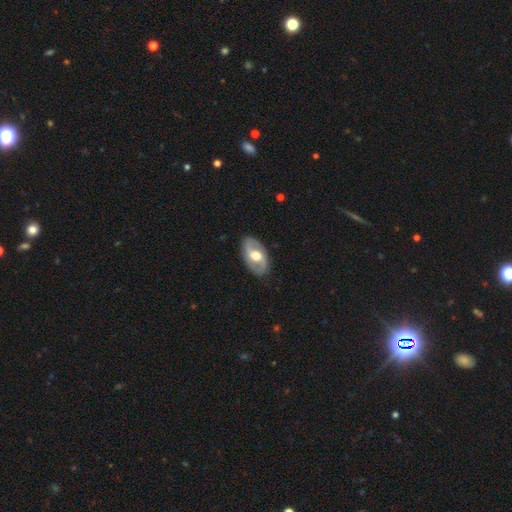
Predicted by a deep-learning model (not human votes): A featured or disk galaxy (73%) with a weak bar (42%), 2 (90%) medium (46%) spiral arms (77%) and a moderate central bulge (72%).

Vote fractions:
- Smooth or featured? featured or disk: 73% / smooth: 22% / star or artifact: 5%
- Edge-on disk? no: 95% / yes: 5%
- Bar? weak: 42% / no: 38% / strong: 20%
- Spiral arms? yes: 77% / no: 23%
- Spiral winding? medium: 46% / loose: 34% / tight: 21%
- Spiral arm count? 2: 90% / can't tell: 5% / 1: 2% / 3: 1% / 4: 1% / more than 4: 1%
- Bulge size? moderate: 72% / large: 19% / small: 7% / dominant: 1% / none: 1%
- Merging? none: 87% / minor disturbance: 10% / major disturbance: 3% / merger: 1%